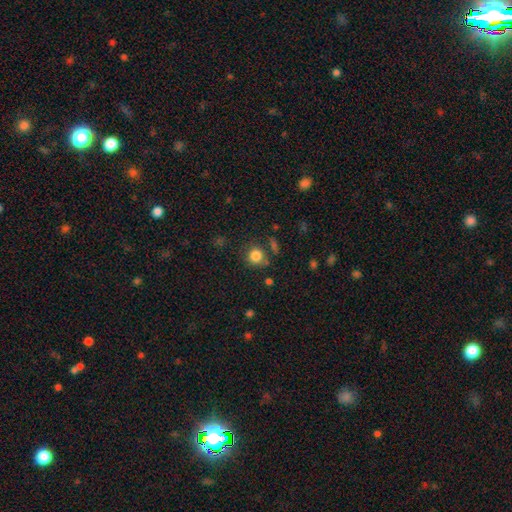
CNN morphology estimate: type=smooth (83%); roundness=round (87%); merging=none (74%).